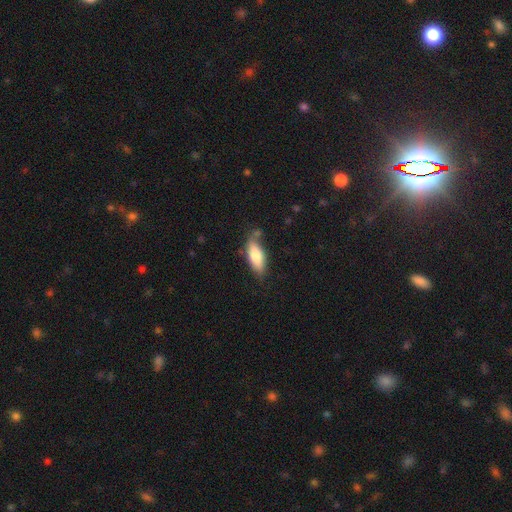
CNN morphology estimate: Smooth or featured?
  - smooth: 75% *
  - featured or disk: 19%
  - star or artifact: 6%
How rounded?
  - in between: 74% *
  - cigar-shaped: 24%
  - round: 2%
Merging?
  - none: 63% *
  - minor disturbance: 24%
  - merger: 7%
  - major disturbance: 6%